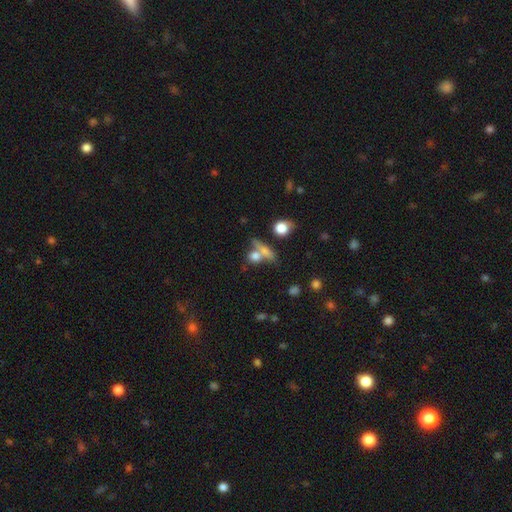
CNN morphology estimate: A smooth galaxy with no disk features (71%) that is round (54%).

Vote fractions:
- Smooth or featured? smooth: 71% / featured or disk: 16% / star or artifact: 13%
- How rounded? round: 54% / in between: 31% / cigar-shaped: 15%
- Merging? none: 44% / merger: 39% / minor disturbance: 10% / major disturbance: 7%